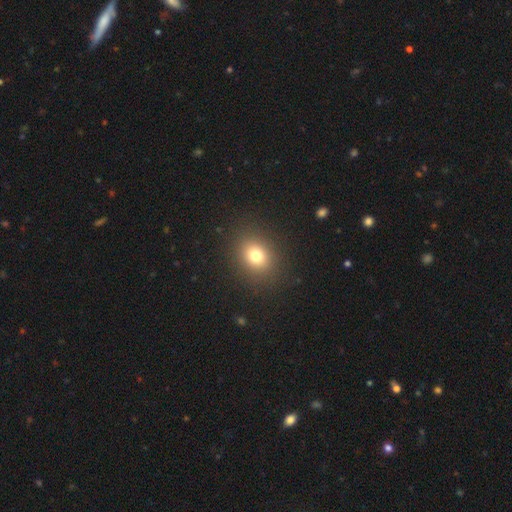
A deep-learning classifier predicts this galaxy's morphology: Smooth or featured: smooth — 77% (star or artifact — 15%)
How rounded: round — 64% (in between — 35%)
Merging: none — 88% (minor disturbance — 7%)